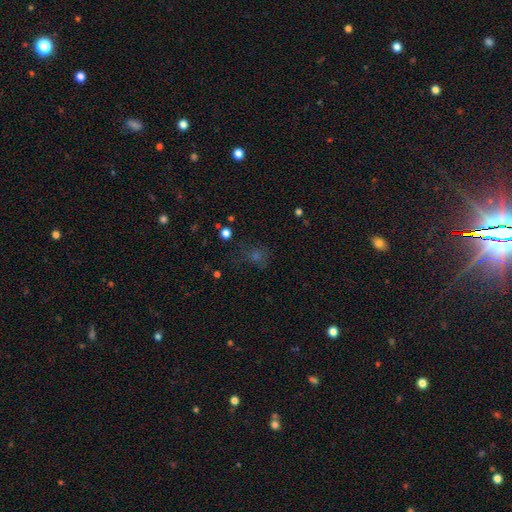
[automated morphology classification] This appears to be a smooth galaxy with no disk features (43%, tied with star or artifact). Merging: none (69%).